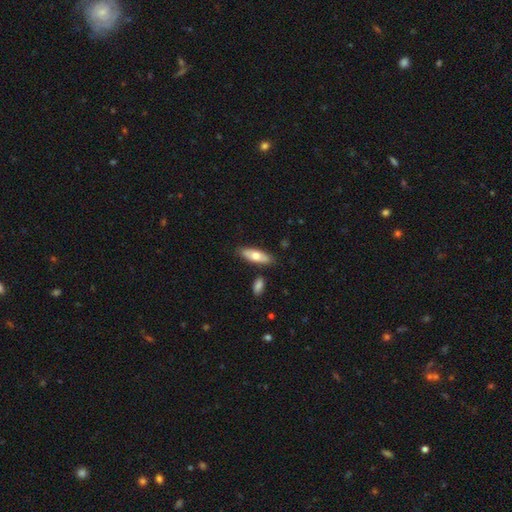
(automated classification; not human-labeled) A smooth galaxy with no disk features (67%) that is in between round and cigar-shaped (67%). Merging: none (81%).